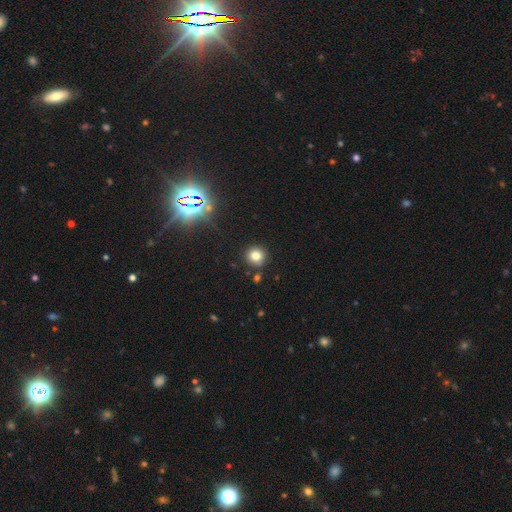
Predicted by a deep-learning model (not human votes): A smooth galaxy with no disk features (76%) that is round (91%).

Vote fractions:
- Smooth or featured? smooth: 76% / star or artifact: 16% / featured or disk: 8%
- How rounded? round: 91% / in between: 8% / cigar-shaped: 1%
- Merging? none: 85% / minor disturbance: 8% / merger: 5% / major disturbance: 2%